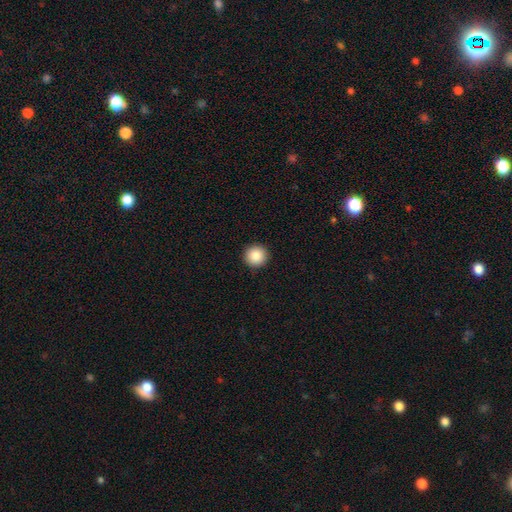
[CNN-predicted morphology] The model was most divided on "smooth or featured": smooth: 88%, star or artifact: 9%, featured or disk: 4%. More confident: how rounded — round (95%); merging — none (93%).